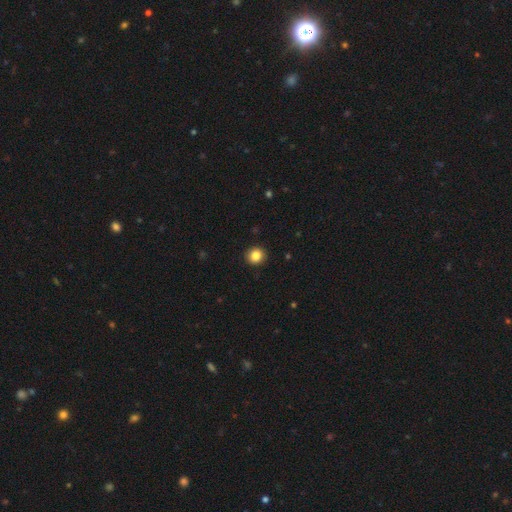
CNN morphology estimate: Smooth or featured? Predicted: smooth (p=0.85). How rounded? Predicted: round (p=0.91). Merging? Predicted: none (p=0.92).